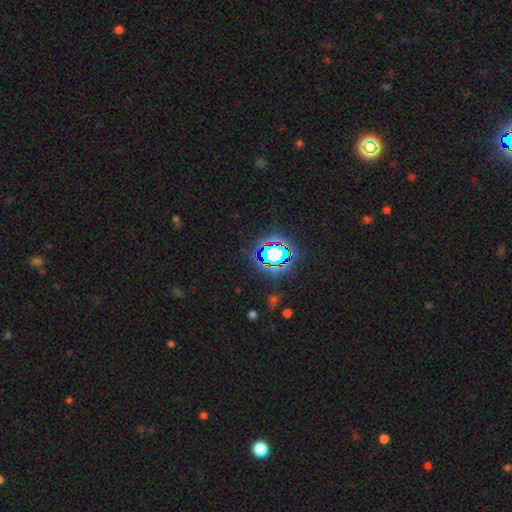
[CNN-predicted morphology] The model was most divided on "smooth or featured": star or artifact: 81%, smooth: 12%, featured or disk: 7%.